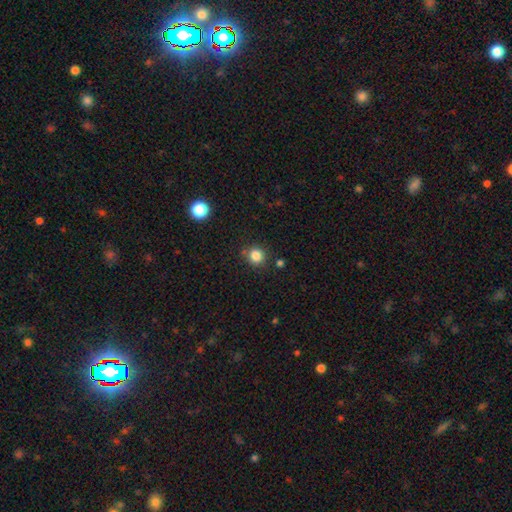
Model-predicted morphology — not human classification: This appears to be a smooth galaxy with no disk features (84%) that is round (88%). Merging: none (82%).